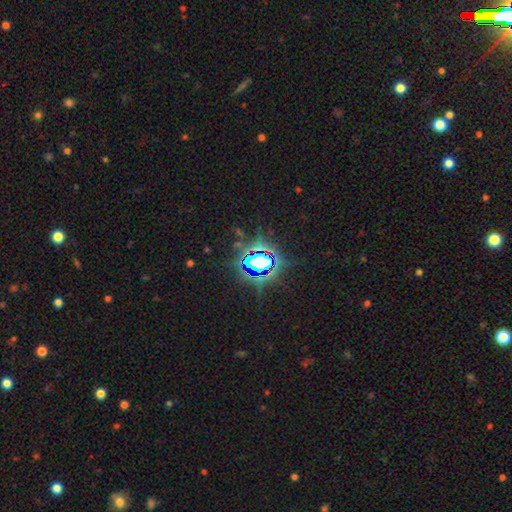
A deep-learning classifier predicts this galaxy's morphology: smooth-or-featured: star or artifact: 81% | smooth: 12% | featured or disk: 7%